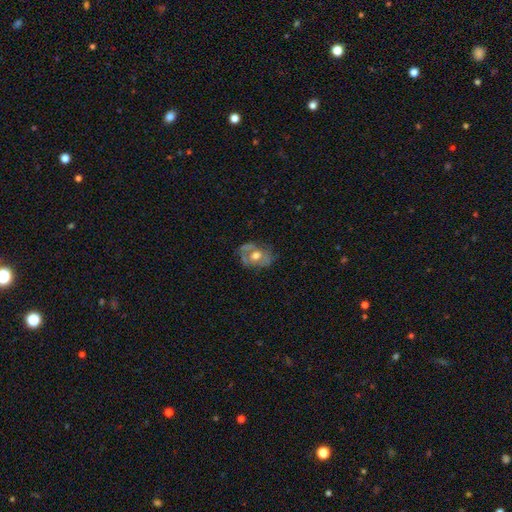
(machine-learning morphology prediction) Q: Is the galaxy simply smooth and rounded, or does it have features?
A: featured or disk — 57%.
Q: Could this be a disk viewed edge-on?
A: no — 94%.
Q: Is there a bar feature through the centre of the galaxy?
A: no — 73%.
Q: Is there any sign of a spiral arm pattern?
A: no — 64%.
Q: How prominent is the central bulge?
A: moderate — 61%.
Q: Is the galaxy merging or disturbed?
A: none — 57%.